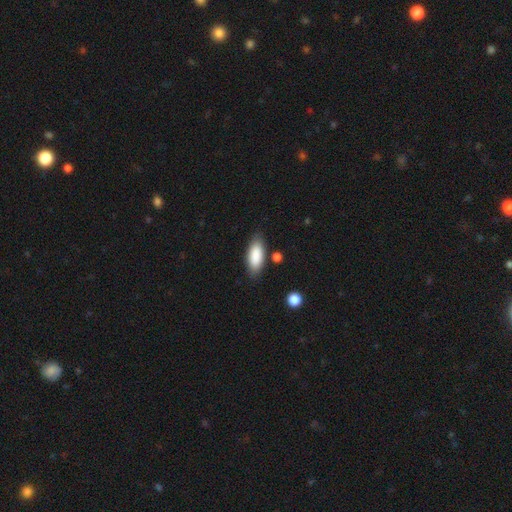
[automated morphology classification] Smooth or featured?
  - smooth: 87% *
  - featured or disk: 7%
  - star or artifact: 6%
How rounded?
  - in between: 82% *
  - cigar-shaped: 16%
  - round: 2%
Merging?
  - none: 81% *
  - minor disturbance: 12%
  - merger: 4%
  - major disturbance: 3%